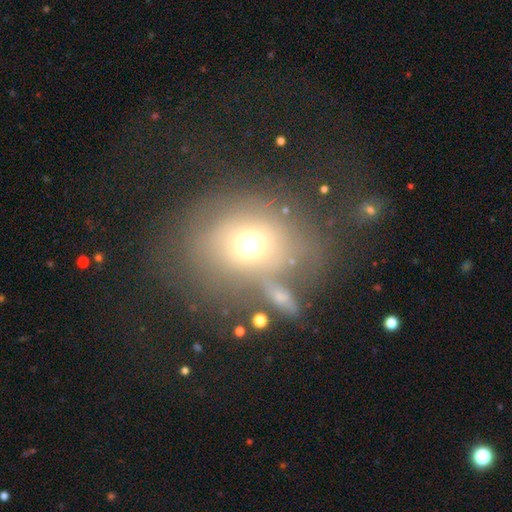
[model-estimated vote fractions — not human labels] smooth 49%, featured or disk 28%, star or artifact 24%. Down the decision tree: merging — none (53%).